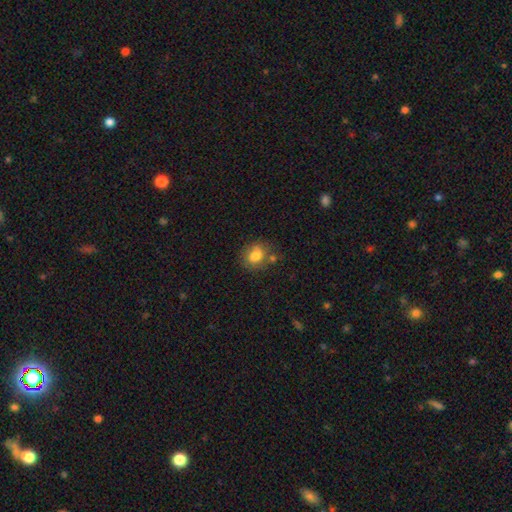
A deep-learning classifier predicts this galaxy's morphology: smooth 79%, featured or disk 11%, star or artifact 10%. Down the decision tree: how rounded — round (58%); merging — none (62%).